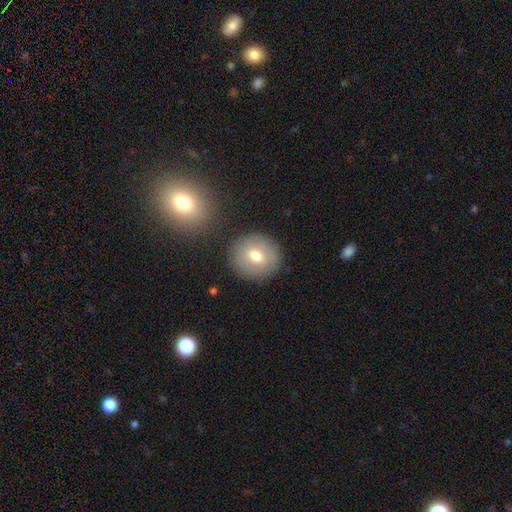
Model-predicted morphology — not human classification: smooth-or-featured: smooth: 70% | featured or disk: 21% | star or artifact: 9%
  how-rounded: round: 87% | in between: 12% | cigar-shaped: 1%
  merging: none: 86% | minor disturbance: 8% | merger: 4% | major disturbance: 3%